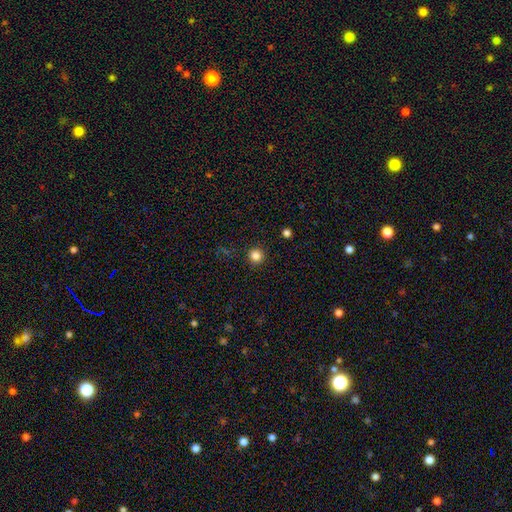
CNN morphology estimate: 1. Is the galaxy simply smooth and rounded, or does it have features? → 84% smooth, 12% star or artifact, 4% featured or disk.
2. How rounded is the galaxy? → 95% round, 4% in between, 1% cigar-shaped.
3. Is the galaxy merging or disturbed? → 93% none, 4% minor disturbance, 2% major disturbance, 1% merger.